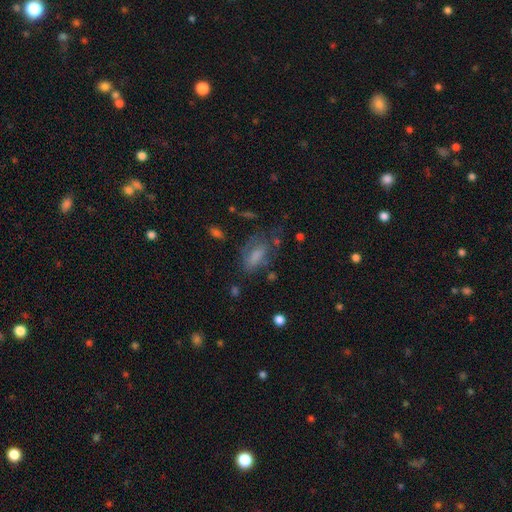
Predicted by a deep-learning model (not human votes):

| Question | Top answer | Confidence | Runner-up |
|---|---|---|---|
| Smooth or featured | smooth | 58% | featured or disk (30%) |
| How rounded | in between | 83% | cigar-shaped (9%) |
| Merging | none | 42% | major disturbance (27%) |